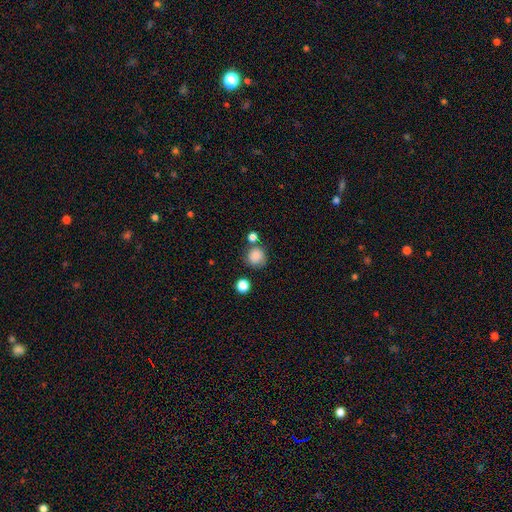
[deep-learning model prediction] The model was most divided on "merging": none: 68%, minor disturbance: 15%, merger: 12%, major disturbance: 5%. More confident: how rounded — round (90%); smooth or featured — smooth (84%).